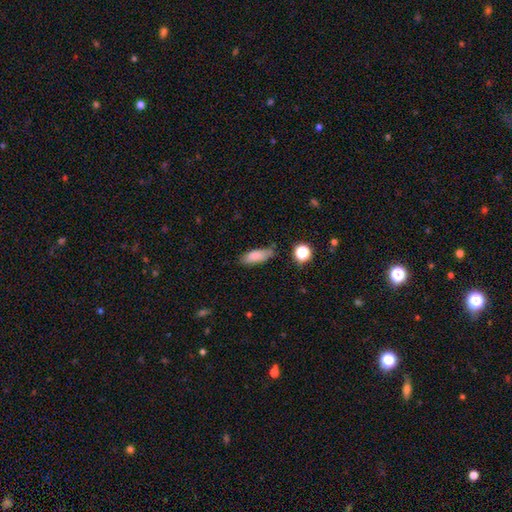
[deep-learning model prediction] Smooth or featured? Predicted: smooth (p=0.82). How rounded? Predicted: in between (p=0.67). Merging? Predicted: none (p=0.72).